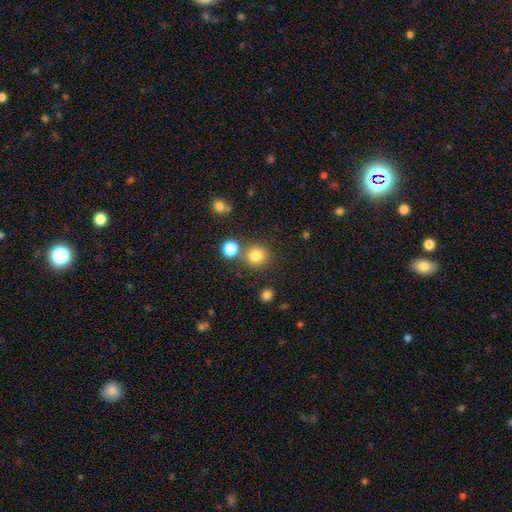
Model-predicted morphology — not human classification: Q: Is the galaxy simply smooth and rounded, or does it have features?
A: smooth — 79%.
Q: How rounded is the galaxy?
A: round — 91%.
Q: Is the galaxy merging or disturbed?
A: none — 74%.